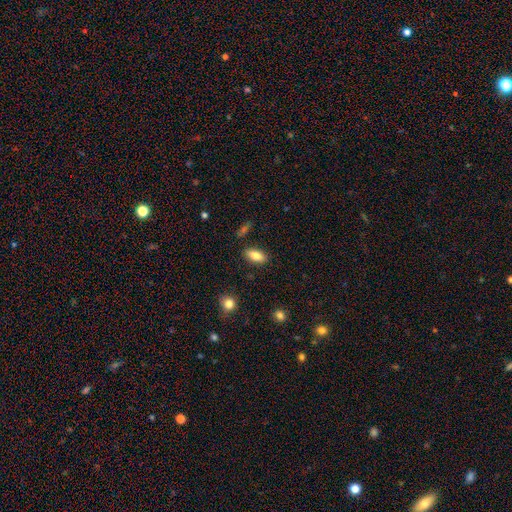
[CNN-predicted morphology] Smooth or featured? Predicted: smooth (p=0.81). How rounded? Predicted: in between (p=0.86). Merging? Predicted: none (p=0.86).